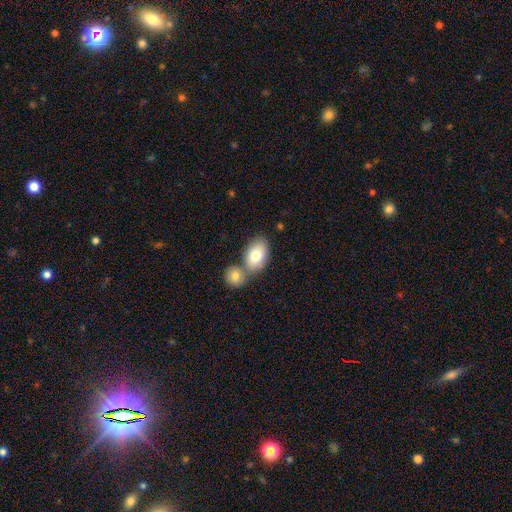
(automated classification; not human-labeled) Morphology: type=smooth (78%); roundness=in between (87%); merging=none (44%).